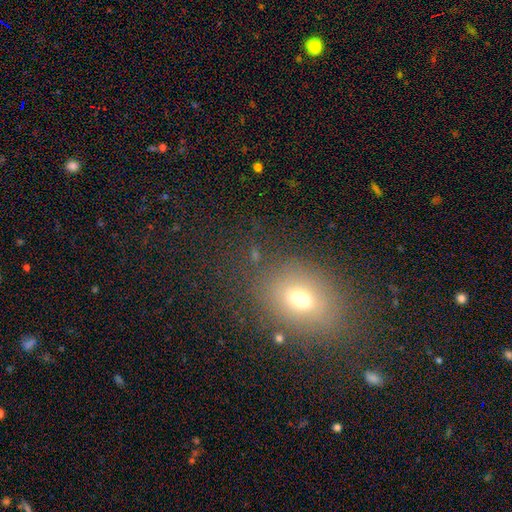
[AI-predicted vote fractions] A smooth galaxy with no disk features (61%) that is in between round and cigar-shaped (66%). Merging: none (78%).